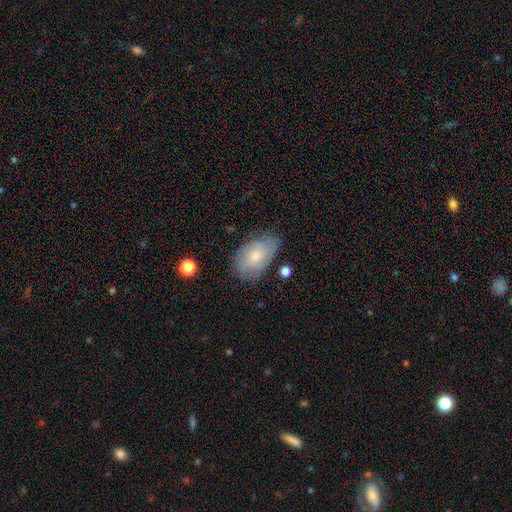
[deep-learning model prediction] This is possibly a smooth galaxy (58%). How rounded: clearly in between (92%). Merging: likely none (67%).